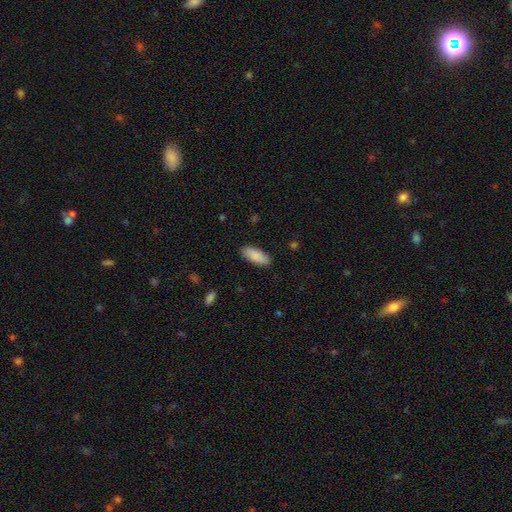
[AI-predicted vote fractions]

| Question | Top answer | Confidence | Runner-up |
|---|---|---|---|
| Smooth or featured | smooth | 87% | featured or disk (7%) |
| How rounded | in between | 76% | cigar-shaped (22%) |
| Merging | none | 88% | minor disturbance (9%) |